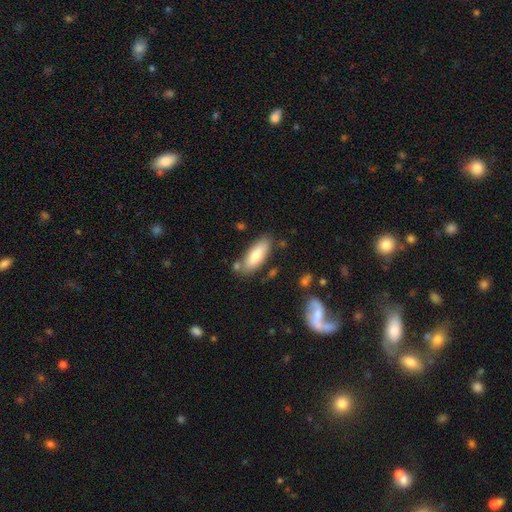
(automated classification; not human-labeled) Smooth or featured? smooth (77%)
How rounded? in between (72%)
Merging? none (74%)